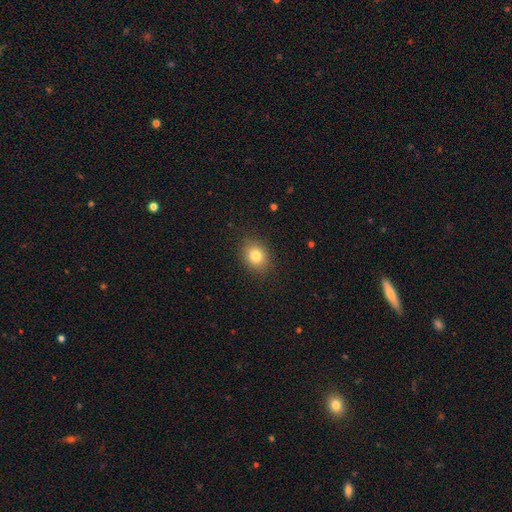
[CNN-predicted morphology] A smooth galaxy with no disk features (81%) that is round (56%). Merging: none (88%).